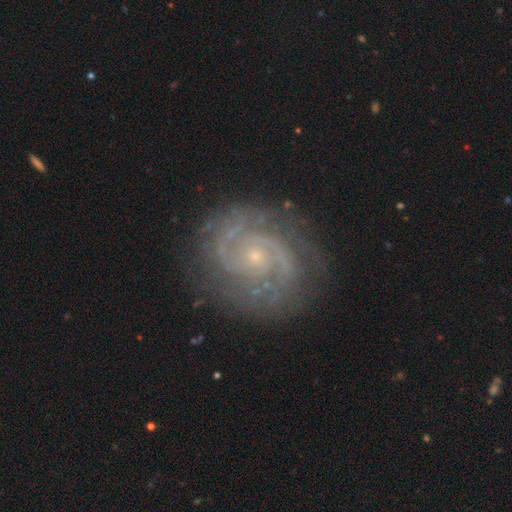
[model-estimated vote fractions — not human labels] featured or disk 90%, star or artifact 6%, smooth 4%. Down the decision tree: edge-on disk — no (98%); bar — no (72%); spiral arms — yes (98%); spiral arm count — 2 (72%); spiral winding — tight (67%); bulge size — small (79%); merging — none (81%).